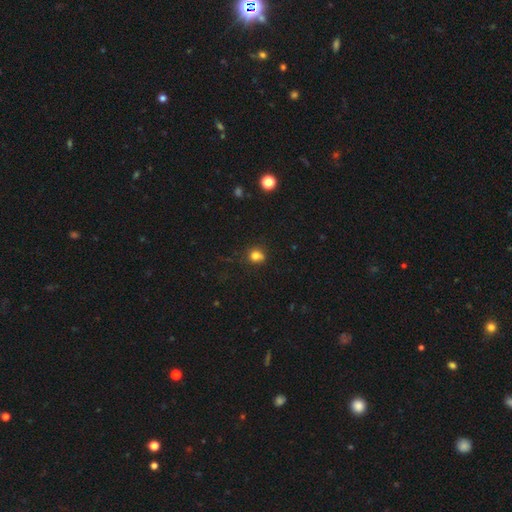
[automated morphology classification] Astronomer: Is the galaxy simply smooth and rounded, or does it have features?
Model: smooth — 77%.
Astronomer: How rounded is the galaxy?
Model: round — 76%.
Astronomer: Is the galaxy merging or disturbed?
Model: none — 59%.